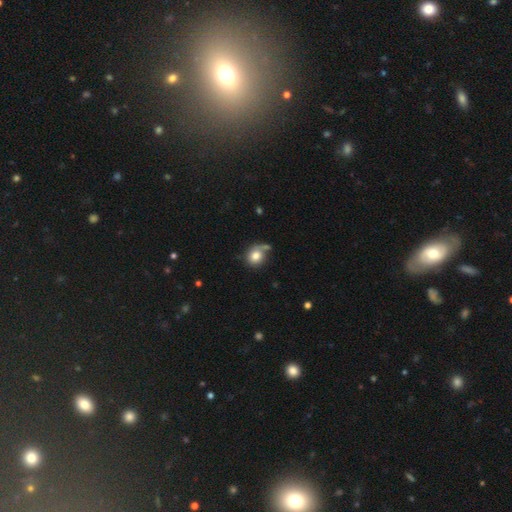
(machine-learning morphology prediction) type=smooth (78%); roundness=round (79%); merging=none (55%).